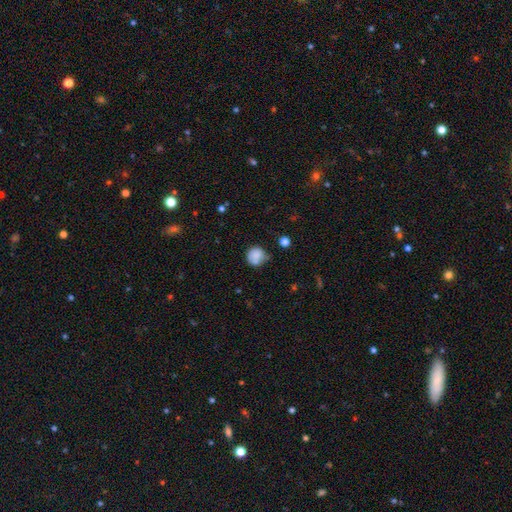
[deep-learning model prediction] smooth 81%, featured or disk 10%, star or artifact 9%. Down the decision tree: how rounded — round (84%); merging — none (51%).